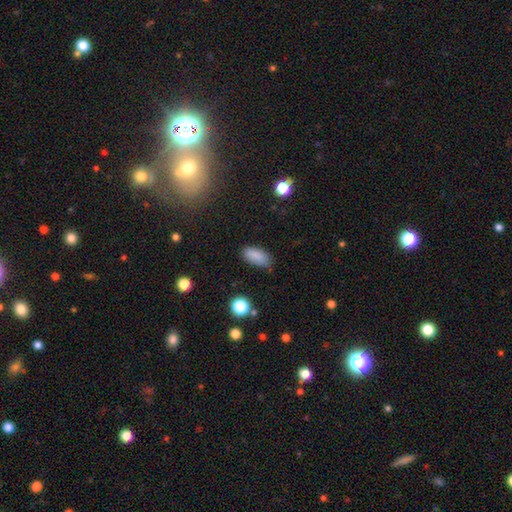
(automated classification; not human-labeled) Smooth or featured?
  - smooth: 86% *
  - star or artifact: 9%
  - featured or disk: 5%
How rounded?
  - in between: 89% *
  - cigar-shaped: 8%
  - round: 3%
Merging?
  - none: 80% *
  - minor disturbance: 15%
  - major disturbance: 3%
  - merger: 2%